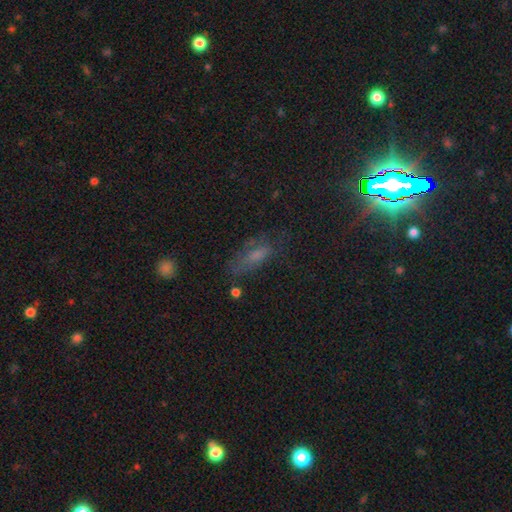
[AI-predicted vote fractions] A smooth galaxy with no disk features (49%).

Vote fractions:
- Smooth or featured? smooth: 49% / star or artifact: 30% / featured or disk: 22%
- Merging? none: 57% / minor disturbance: 25% / major disturbance: 15% / merger: 4%